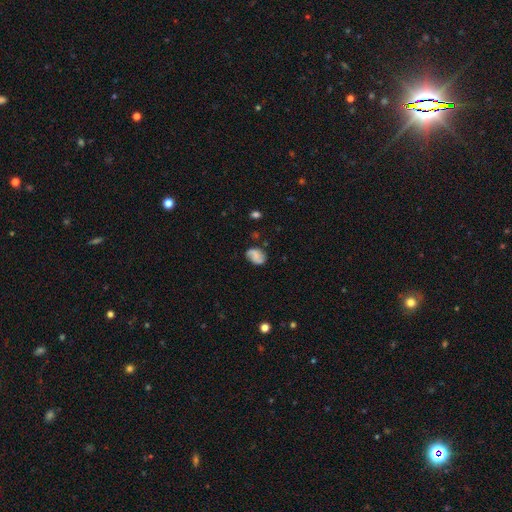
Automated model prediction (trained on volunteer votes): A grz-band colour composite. It shows a smooth galaxy with no disk features (47%). Merging: none (68%).